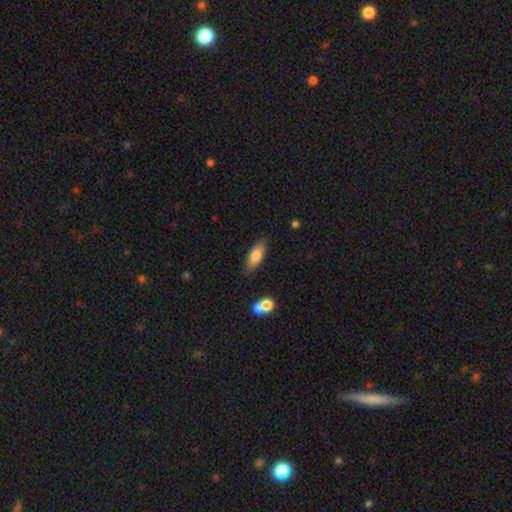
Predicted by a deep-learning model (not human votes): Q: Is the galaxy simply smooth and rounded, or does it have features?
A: smooth — 76%.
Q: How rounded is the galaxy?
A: in between — 68%.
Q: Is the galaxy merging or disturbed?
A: none — 84%.